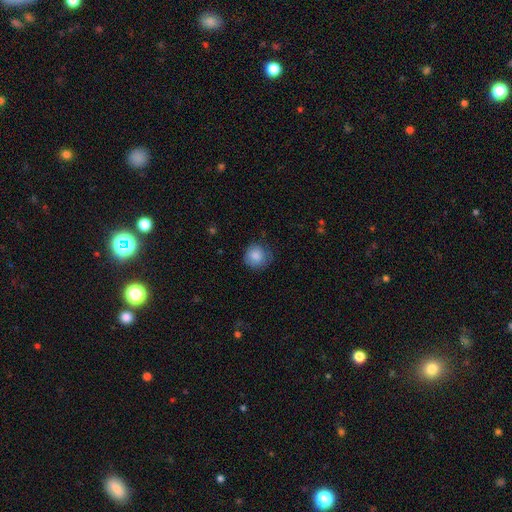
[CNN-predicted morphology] smooth-or-featured: smooth: 86% | star or artifact: 8% | featured or disk: 6%
  how-rounded: round: 90% | in between: 9% | cigar-shaped: 1%
  merging: none: 71% | minor disturbance: 22% | major disturbance: 6% | merger: 1%